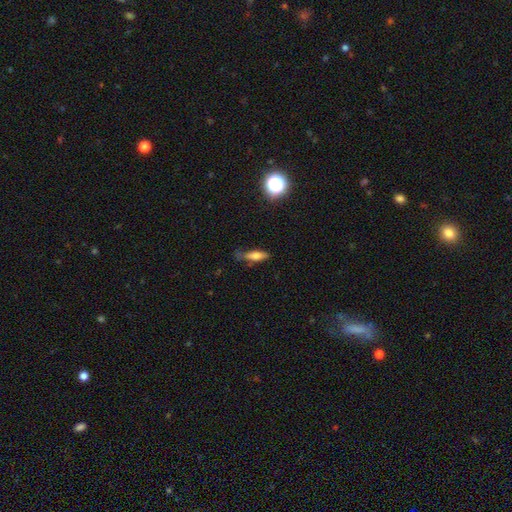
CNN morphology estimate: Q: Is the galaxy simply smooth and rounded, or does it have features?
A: smooth — 67%.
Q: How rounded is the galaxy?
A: cigar-shaped — 56%.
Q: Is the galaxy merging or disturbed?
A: none — 55%.